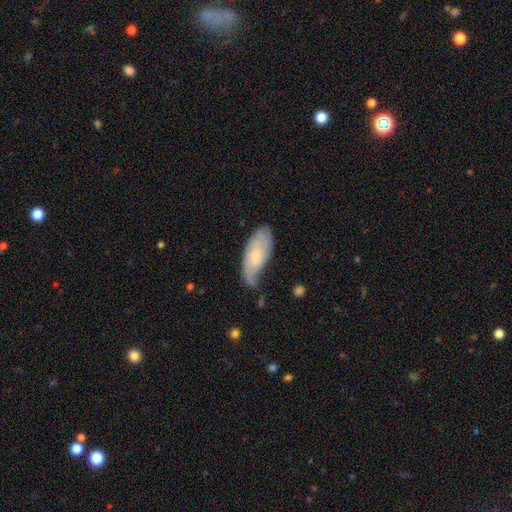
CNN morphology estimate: smooth_or_featured: featured or disk (p=0.50) [alt: smooth p=0.43]
disk_edge_on: no (p=0.88) [alt: yes p=0.12]
merging: none (p=0.51) [alt: minor disturbance p=0.34]